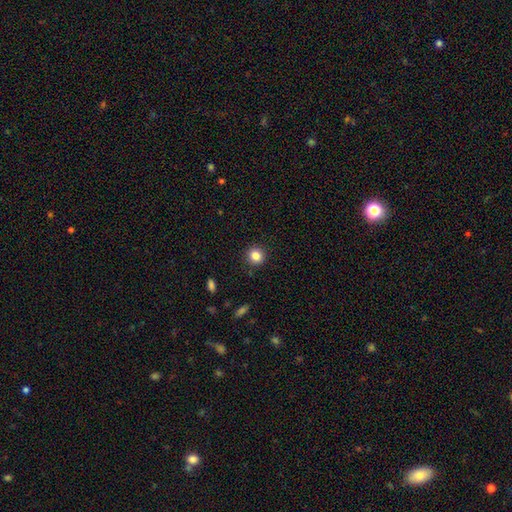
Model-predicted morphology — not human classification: This is clearly a smooth galaxy (83%). How rounded: clearly round (91%). Merging: clearly none (91%).